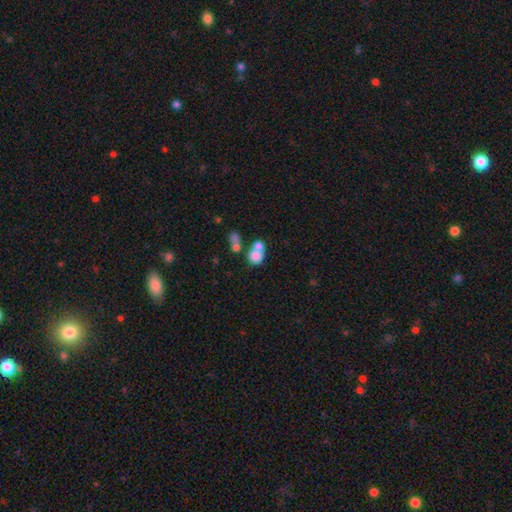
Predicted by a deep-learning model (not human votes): Smooth or featured?
  - smooth: 74% *
  - featured or disk: 15%
  - star or artifact: 11%
How rounded?
  - round: 78% *
  - in between: 21%
  - cigar-shaped: 1%
Merging?
  - merger: 53% *
  - none: 34%
  - minor disturbance: 8%
  - major disturbance: 6%